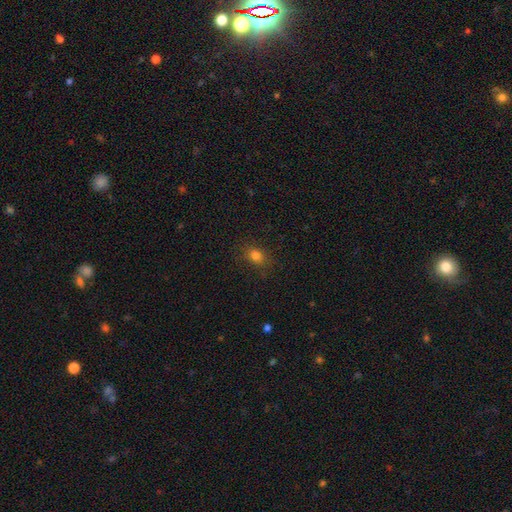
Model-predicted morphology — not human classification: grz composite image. It shows a smooth galaxy with no disk features (80%) that is in between round and cigar-shaped (53%). Merging: none (83%).